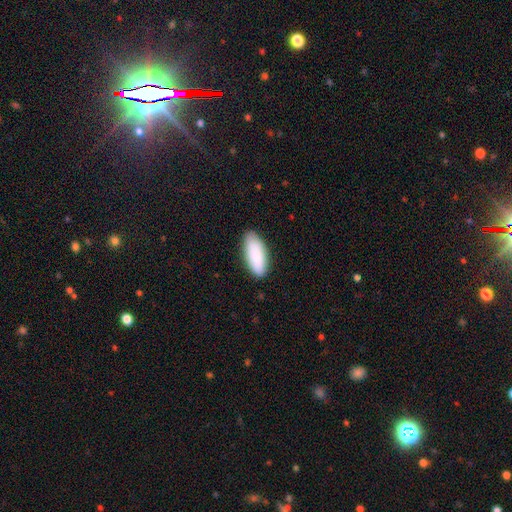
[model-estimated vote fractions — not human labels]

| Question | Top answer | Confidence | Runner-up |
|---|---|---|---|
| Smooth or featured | smooth | 88% | featured or disk (6%) |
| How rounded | in between | 83% | cigar-shaped (15%) |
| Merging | none | 84% | minor disturbance (13%) |